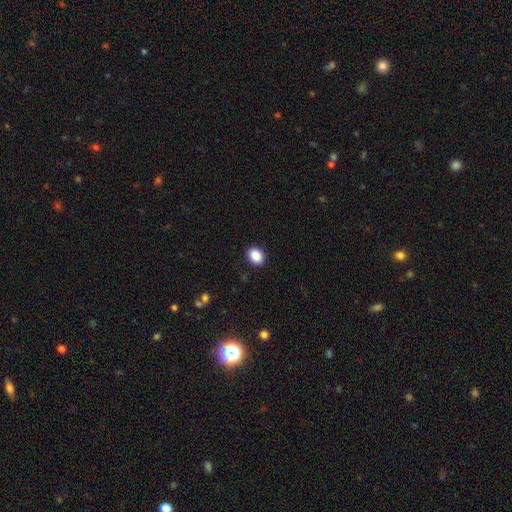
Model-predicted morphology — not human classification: type=smooth (88%); roundness=in between (53%); merging=none (90%).